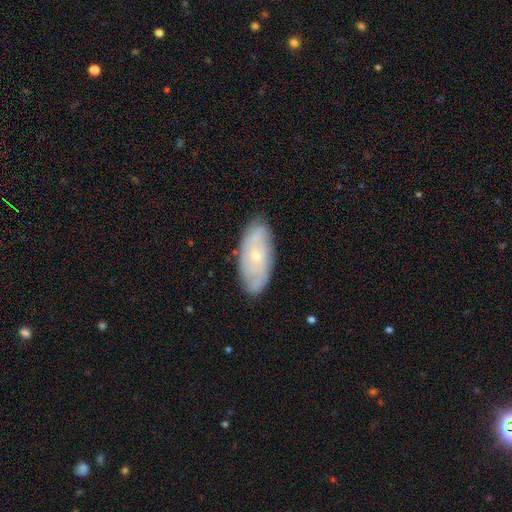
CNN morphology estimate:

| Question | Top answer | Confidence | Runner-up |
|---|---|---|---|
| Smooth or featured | featured or disk | 56% | smooth (37%) |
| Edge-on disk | no | 88% | yes (12%) |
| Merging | none | 83% | minor disturbance (14%) |